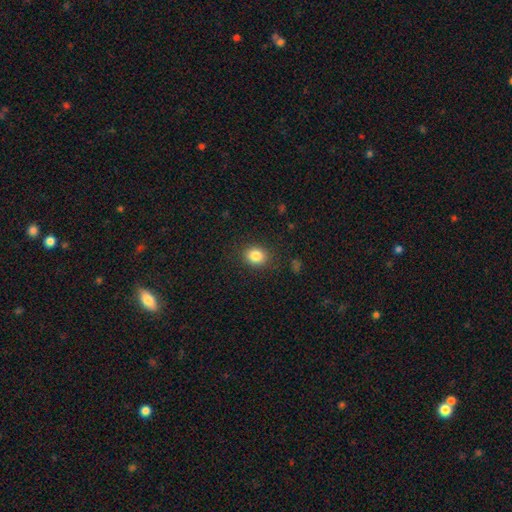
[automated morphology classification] The model was most divided on "how rounded": round: 65%, in between: 34%, cigar-shaped: 1%. More confident: merging — none (86%); smooth or featured — smooth (84%).